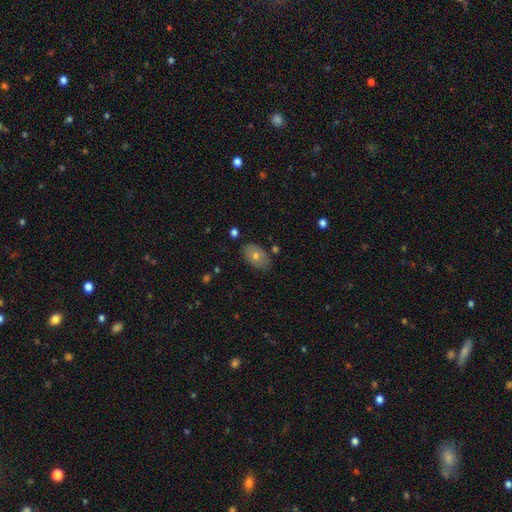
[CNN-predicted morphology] This is likely a smooth galaxy (62%). How rounded: clearly in between (88%). Merging: clearly none (81%).